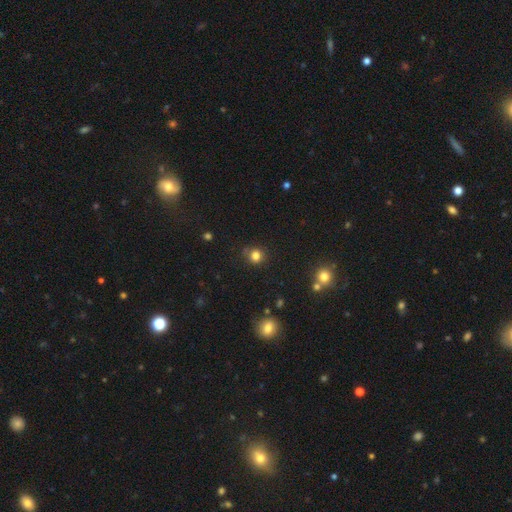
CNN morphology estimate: Q: Smooth or featured?
A: smooth (80%); runner-up: star or artifact (15%)
Q: How rounded?
A: round (90%); runner-up: in between (9%)
Q: Merging?
A: none (81%); runner-up: minor disturbance (11%)